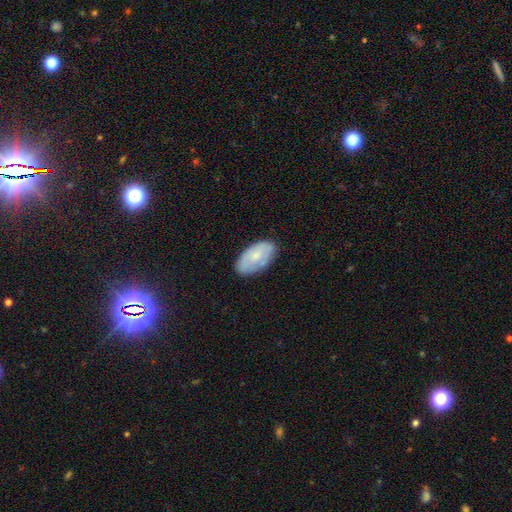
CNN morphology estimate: smooth_or_featured: smooth (p=0.66) [alt: featured or disk p=0.28]
how_rounded: in between (p=0.95) [alt: round p=0.03]
merging: none (p=0.77) [alt: minor disturbance p=0.18]